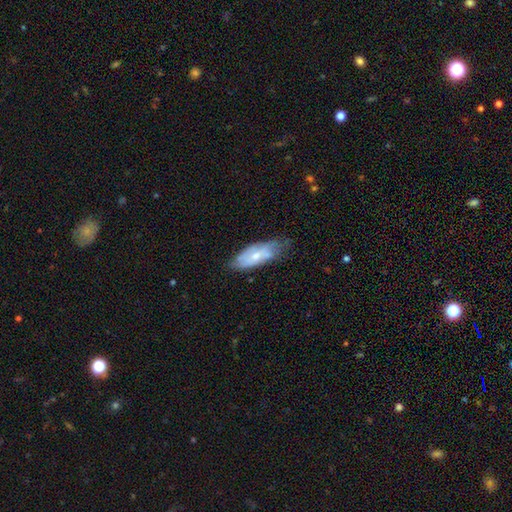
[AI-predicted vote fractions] smooth-or-featured: featured or disk: 49% | smooth: 44% | star or artifact: 7%
  merging: none: 55% | minor disturbance: 33% | major disturbance: 10% | merger: 3%